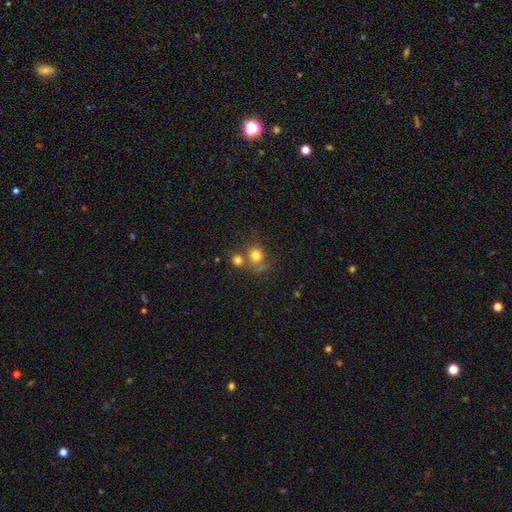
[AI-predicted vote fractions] Overall: smooth (77%). How rounded: round (76%). Merging: none (50%; merger 32%).